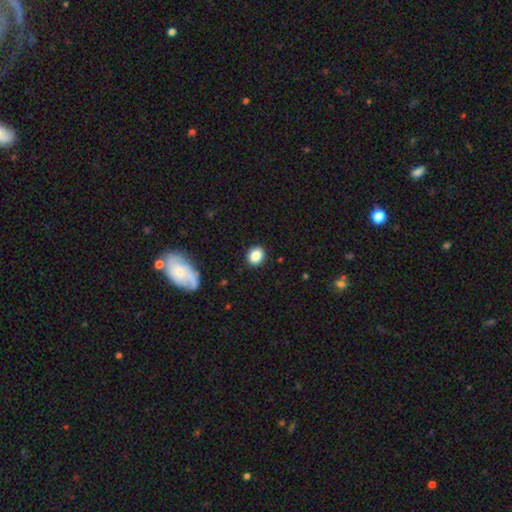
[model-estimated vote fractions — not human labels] Overall: smooth (85%). How rounded: round (71%). Merging: none (90%).